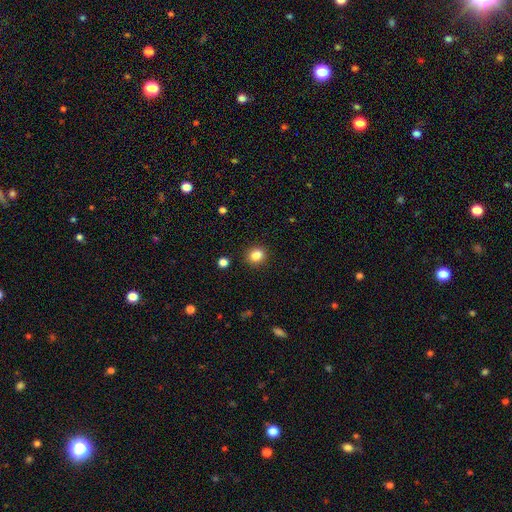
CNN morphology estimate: The model was most divided on "how rounded": round: 61%, in between: 38%, cigar-shaped: 1%. More confident: merging — none (87%); smooth or featured — smooth (85%).